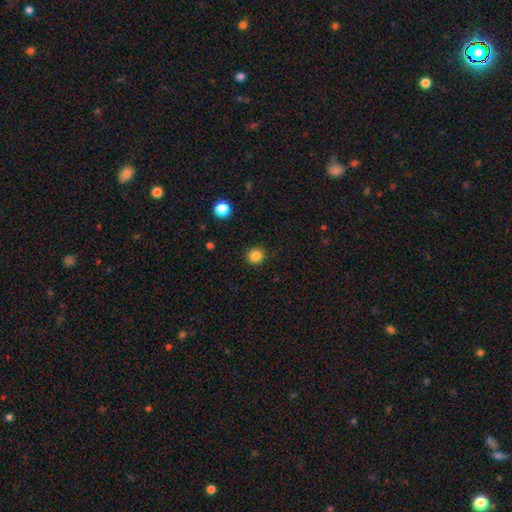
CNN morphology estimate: type=smooth (84%); roundness=round (90%); merging=none (90%).